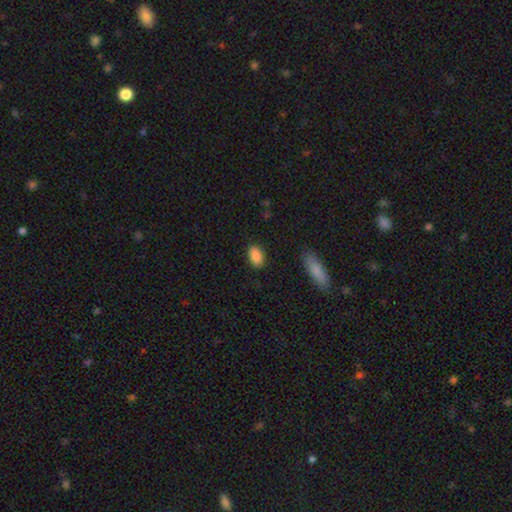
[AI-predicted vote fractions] This appears to be a smooth galaxy with no disk features (88%) that is in between round and cigar-shaped (91%). Merging: none (87%).